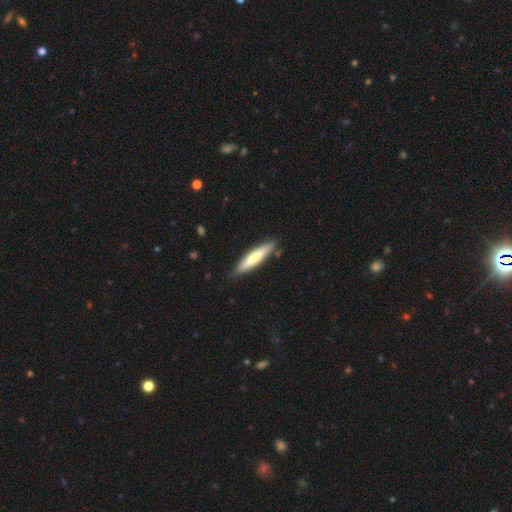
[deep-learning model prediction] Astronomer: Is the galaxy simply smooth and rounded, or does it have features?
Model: smooth — 67%.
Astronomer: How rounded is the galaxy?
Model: cigar-shaped — 85%.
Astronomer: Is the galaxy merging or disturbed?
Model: none — 85%.